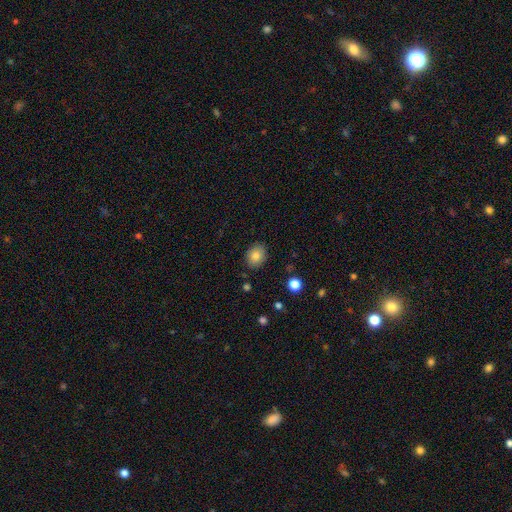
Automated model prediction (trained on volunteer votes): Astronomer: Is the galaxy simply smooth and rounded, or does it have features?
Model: smooth — 83%.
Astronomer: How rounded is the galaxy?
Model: round — 55% (runner-up: in between, 45%).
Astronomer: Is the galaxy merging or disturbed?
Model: none — 87%.